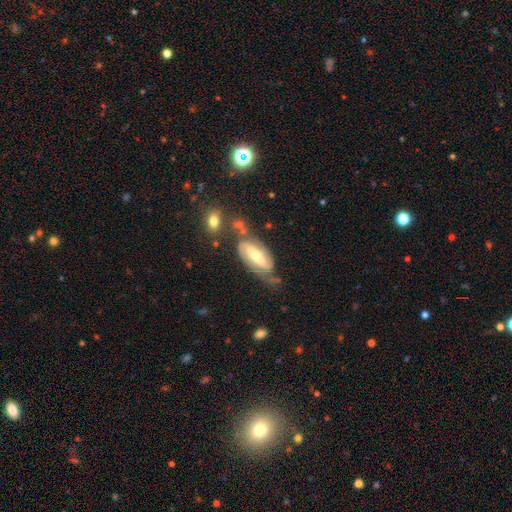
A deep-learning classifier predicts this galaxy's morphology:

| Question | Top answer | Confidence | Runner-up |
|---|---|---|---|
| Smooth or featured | featured or disk | 70% | smooth (24%) |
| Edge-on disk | no | 91% | yes (9%) |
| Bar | no | 34% | tied: weak (34%) |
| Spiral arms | yes | 88% | no (12%) |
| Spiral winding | medium | 40% | tight (38%) |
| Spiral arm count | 2 | 77% | can't tell (13%) |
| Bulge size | moderate | 53% | small (39%) |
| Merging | none | 54% | minor disturbance (24%) |